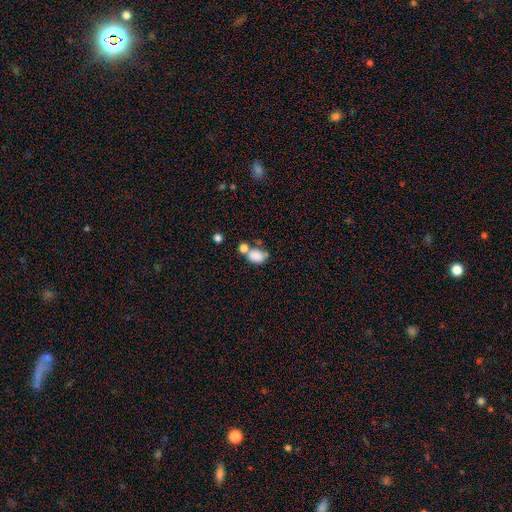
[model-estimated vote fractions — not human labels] smooth-or-featured: smooth: 82% | star or artifact: 10% | featured or disk: 8%
  how-rounded: in between: 79% | round: 20% | cigar-shaped: 1%
  merging: none: 40% | merger: 35% | minor disturbance: 17% | major disturbance: 8%